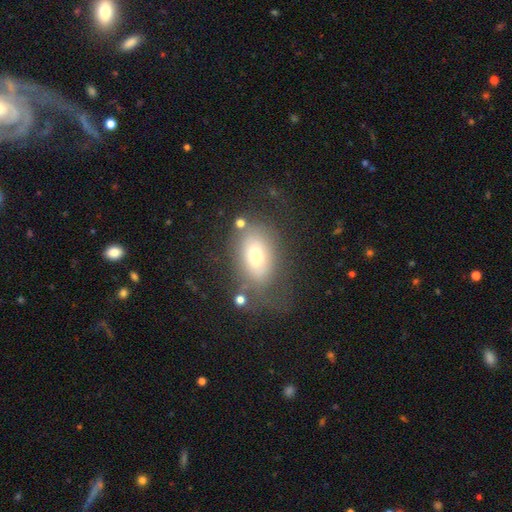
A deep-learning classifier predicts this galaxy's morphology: smooth-or-featured: smooth: 63% | featured or disk: 27% | star or artifact: 11%
  how-rounded: in between: 81% | round: 17% | cigar-shaped: 2%
  merging: none: 56% | minor disturbance: 21% | major disturbance: 17% | merger: 5%